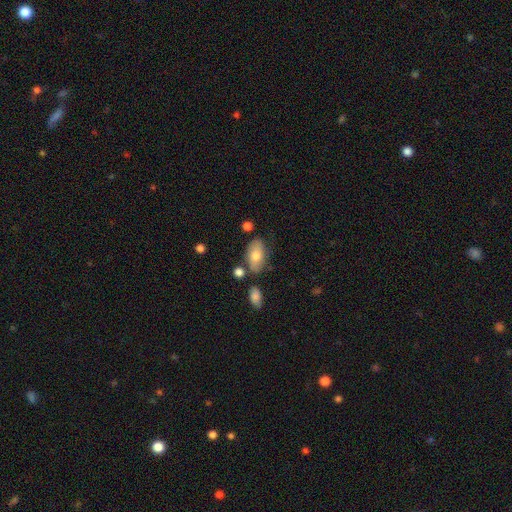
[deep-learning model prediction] A smooth galaxy with no disk features (68%) that is in between round and cigar-shaped (92%). Merging: none (68%).